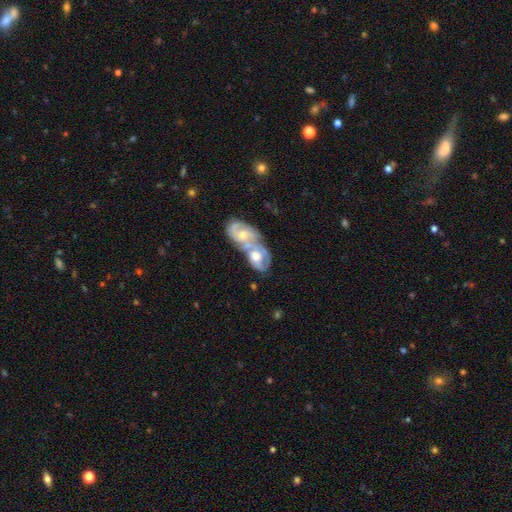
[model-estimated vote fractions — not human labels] Smooth or featured? Predicted: featured or disk (p=0.49). Merging? Predicted: merger (p=0.65).